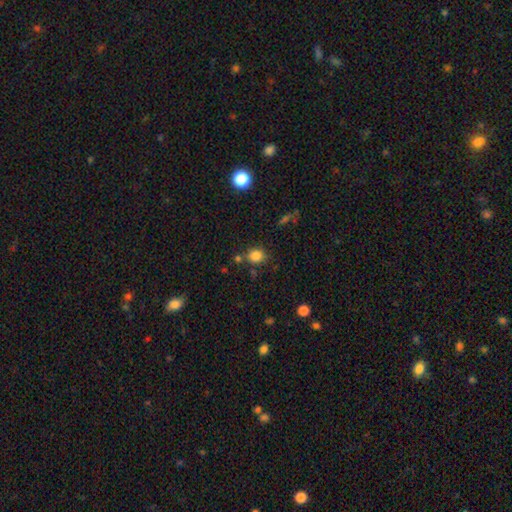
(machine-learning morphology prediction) A smooth galaxy with no disk features (83%) that is round (68%). Merging: none (75%).